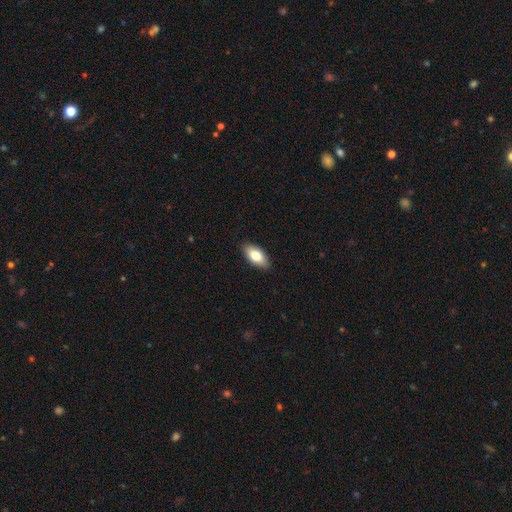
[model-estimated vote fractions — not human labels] This is likely a smooth galaxy (79%). How rounded: clearly in between (91%). Merging: clearly none (89%).